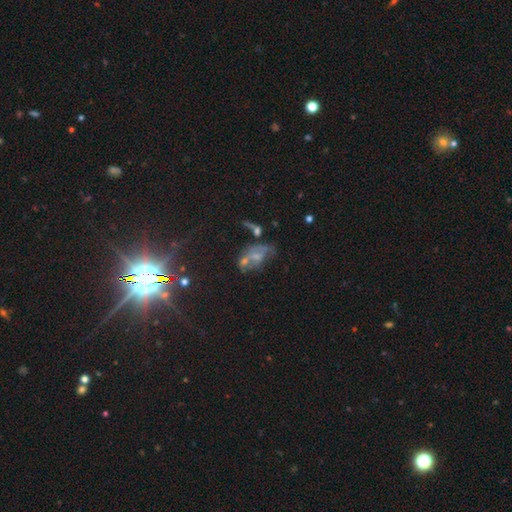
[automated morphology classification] Smooth or featured: featured or disk — 43% (smooth — 36%)
Merging: merger — 29% (major disturbance — 26%)